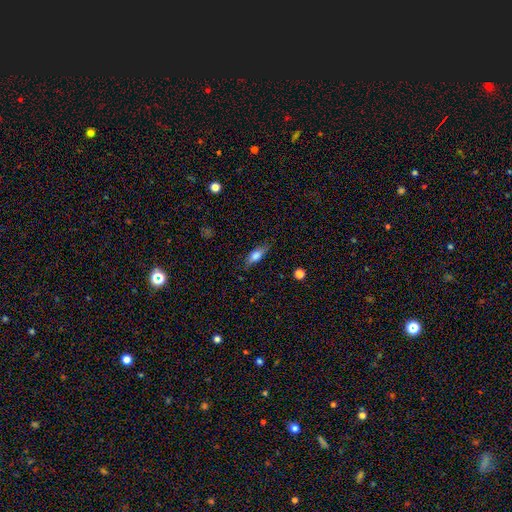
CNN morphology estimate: smooth-or-featured: smooth: 70% | featured or disk: 22% | star or artifact: 8%
  how-rounded: in between: 66% | cigar-shaped: 30% | round: 4%
  merging: none: 75% | minor disturbance: 19% | major disturbance: 5% | merger: 1%